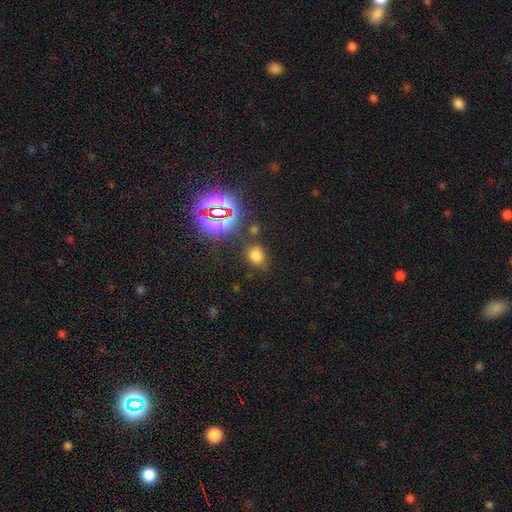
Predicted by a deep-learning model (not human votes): Q: Smooth or featured?
A: smooth (66%); runner-up: star or artifact (26%)
Q: How rounded?
A: in between (51%); runner-up: round (48%)
Q: Merging?
A: none (72%); runner-up: minor disturbance (16%)